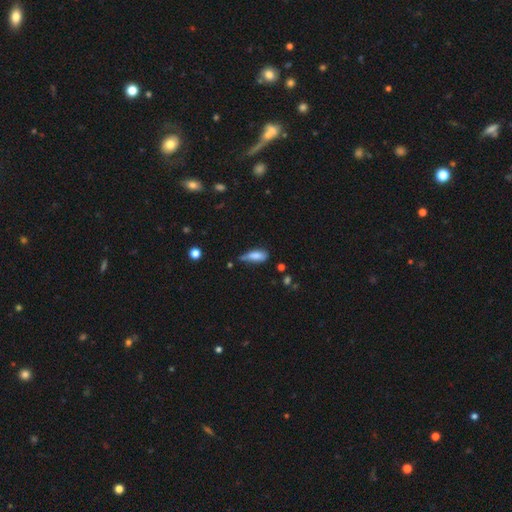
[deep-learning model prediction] Smooth or featured? Predicted: smooth (p=0.79). How rounded? Predicted: in between (p=0.74). Merging? Predicted: minor disturbance (p=0.42).